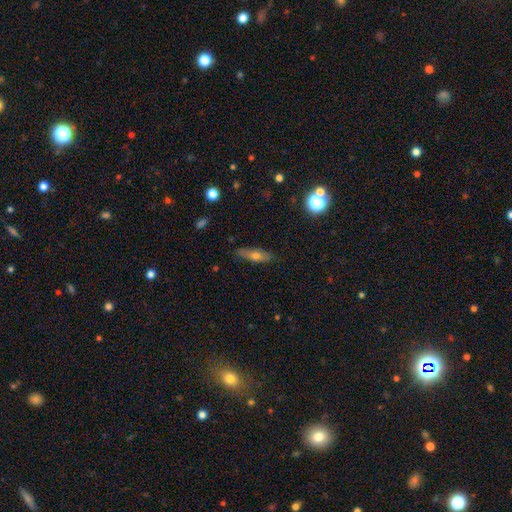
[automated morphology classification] Overall: smooth (56%; featured or disk 35%). How rounded: cigar-shaped (57%; in between 39%). Merging: none (85%).